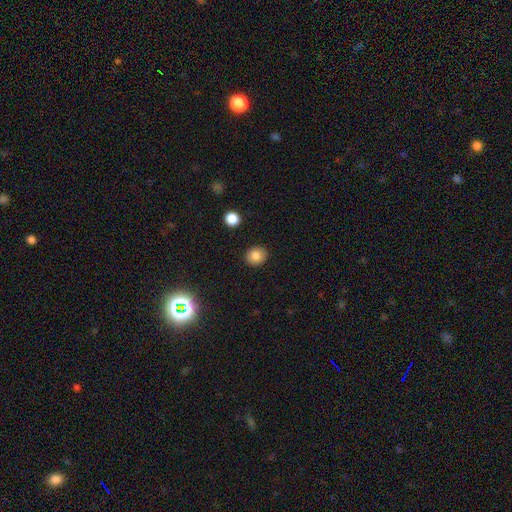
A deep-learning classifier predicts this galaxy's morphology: Smooth or featured: smooth — 83% (star or artifact — 10%)
How rounded: round — 80% (in between — 19%)
Merging: none — 91% (minor disturbance — 6%)